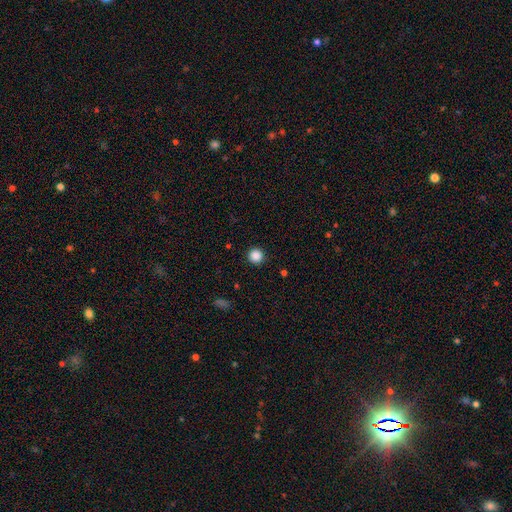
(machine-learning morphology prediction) A smooth galaxy with no disk features (87%) that is round (95%).

Vote fractions:
- Smooth or featured? smooth: 87% / star or artifact: 10% / featured or disk: 3%
- How rounded? round: 95% / in between: 4% / cigar-shaped: 1%
- Merging? none: 92% / minor disturbance: 5% / major disturbance: 2% / merger: 1%